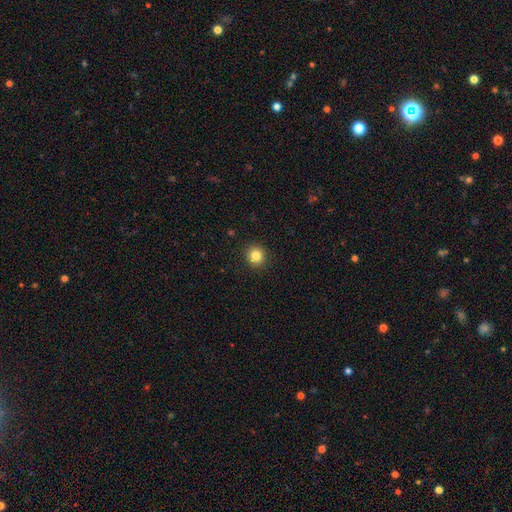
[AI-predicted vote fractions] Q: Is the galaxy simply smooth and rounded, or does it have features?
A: smooth — 83%.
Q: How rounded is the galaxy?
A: round — 93%.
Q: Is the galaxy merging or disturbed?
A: none — 92%.